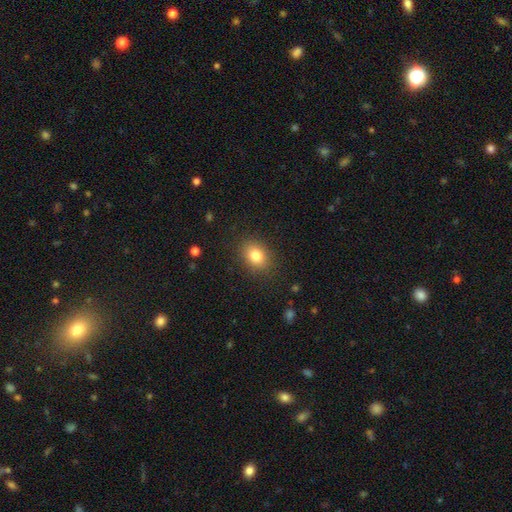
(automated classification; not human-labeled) This is clearly a smooth galaxy (82%). How rounded: likely in between (61%). Merging: clearly none (86%).